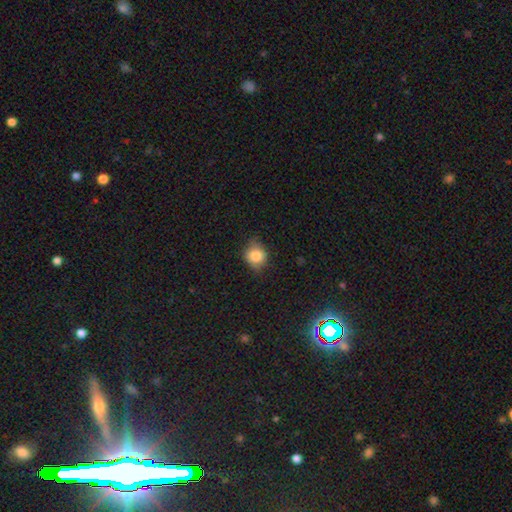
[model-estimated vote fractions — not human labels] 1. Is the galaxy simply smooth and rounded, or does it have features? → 82% smooth, 10% star or artifact, 8% featured or disk.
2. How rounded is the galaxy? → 71% round, 28% in between, 1% cigar-shaped.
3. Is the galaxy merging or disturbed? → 69% none, 24% minor disturbance, 5% major disturbance, 1% merger.